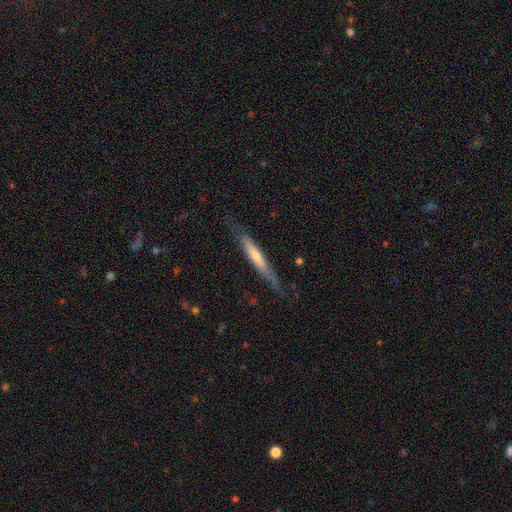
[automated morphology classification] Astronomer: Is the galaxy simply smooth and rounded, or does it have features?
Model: featured or disk — 63%.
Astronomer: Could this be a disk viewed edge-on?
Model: yes — 93%.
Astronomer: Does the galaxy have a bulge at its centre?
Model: rounded — 52% (runner-up: none, 38%).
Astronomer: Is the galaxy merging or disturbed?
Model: none — 82%.